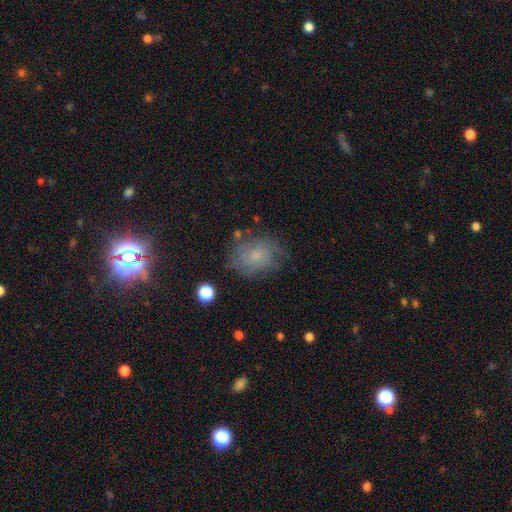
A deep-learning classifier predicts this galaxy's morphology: Smooth or featured? Predicted: smooth (p=0.47). Merging? Predicted: none (p=0.66).